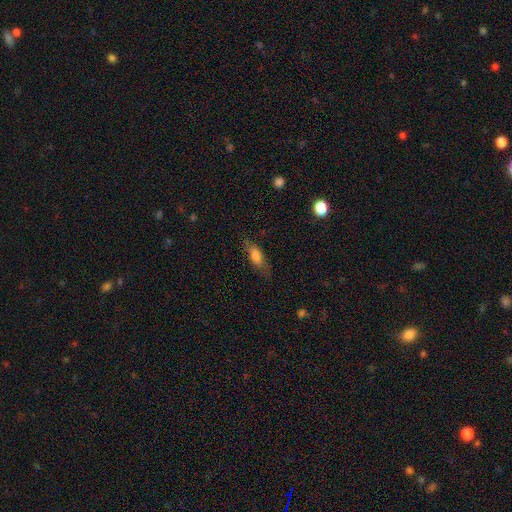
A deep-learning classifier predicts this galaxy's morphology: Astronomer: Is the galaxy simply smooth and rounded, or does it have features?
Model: smooth — 69%.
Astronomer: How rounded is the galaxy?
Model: in between — 60% (runner-up: cigar-shaped, 36%).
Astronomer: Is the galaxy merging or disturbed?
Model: none — 72%.